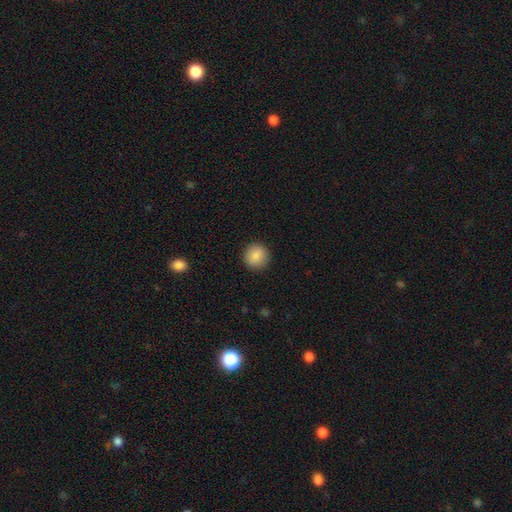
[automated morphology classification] smooth 87%, star or artifact 8%, featured or disk 5%. Down the decision tree: how rounded — round (93%); merging — none (91%).